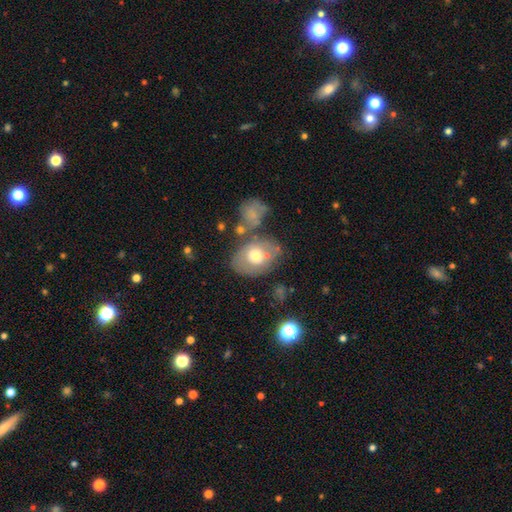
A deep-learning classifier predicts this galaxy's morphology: Smooth or featured?
  - smooth: 49% *
  - featured or disk: 43%
  - star or artifact: 8%
Merging?
  - none: 49% *
  - merger: 21%
  - minor disturbance: 19%
  - major disturbance: 11%